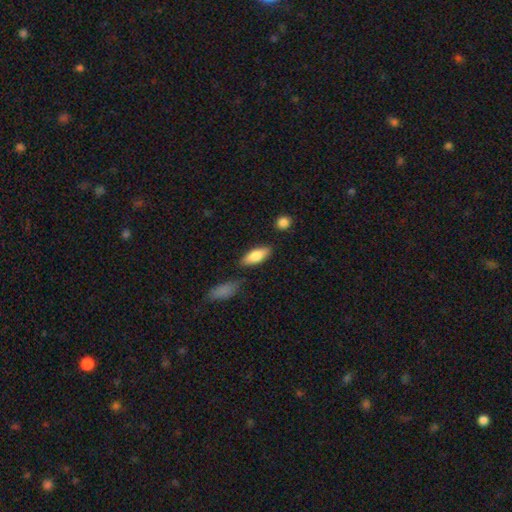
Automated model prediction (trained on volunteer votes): smooth 79%, featured or disk 15%, star or artifact 6%. Down the decision tree: how rounded — in between (77%); merging — none (78%).